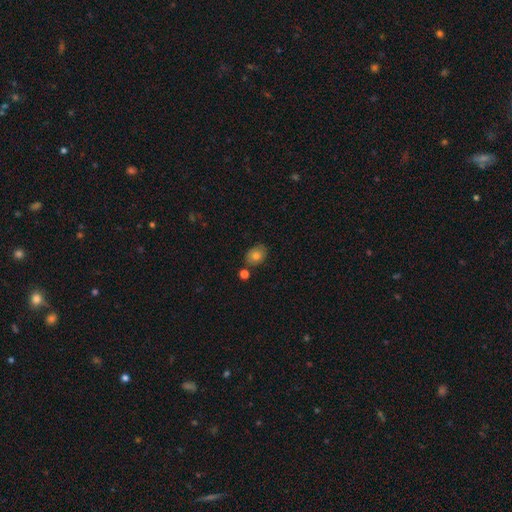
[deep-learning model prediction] Smooth or featured? Predicted: smooth (p=0.78). How rounded? Predicted: in between (p=0.70). Merging? Predicted: none (p=0.74).